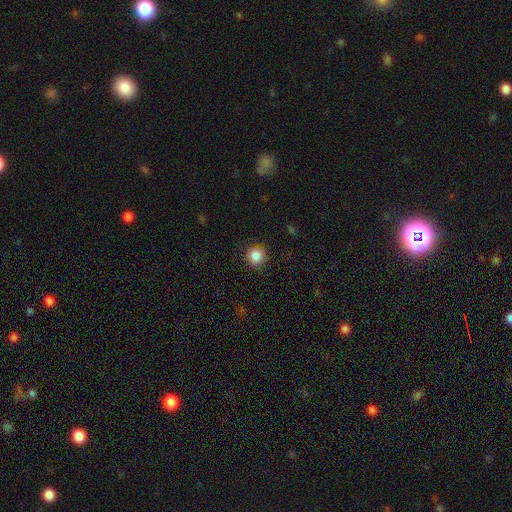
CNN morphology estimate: Smooth or featured: smooth — 86% (star or artifact — 10%)
How rounded: round — 94% (in between — 5%)
Merging: none — 86% (minor disturbance — 10%)